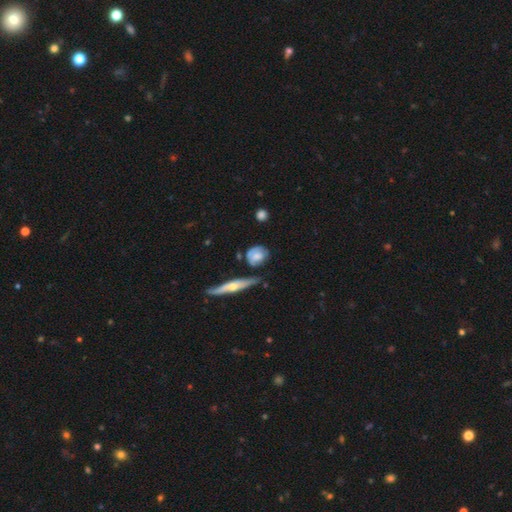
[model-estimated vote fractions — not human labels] smooth_or_featured: smooth (p=0.59) [alt: featured or disk p=0.34]
how_rounded: round (p=0.61) [alt: in between p=0.34]
merging: none (p=0.57) [alt: minor disturbance p=0.27]